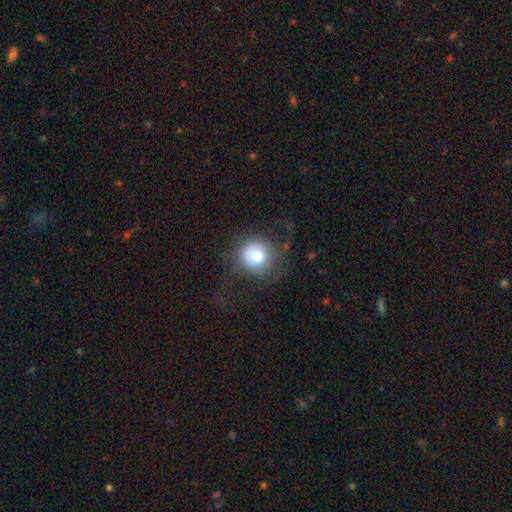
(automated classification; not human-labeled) smooth_or_featured: smooth (p=0.76) [alt: featured or disk p=0.15]
how_rounded: round (p=0.88) [alt: in between p=0.11]
merging: none (p=0.58) [alt: major disturbance p=0.22]